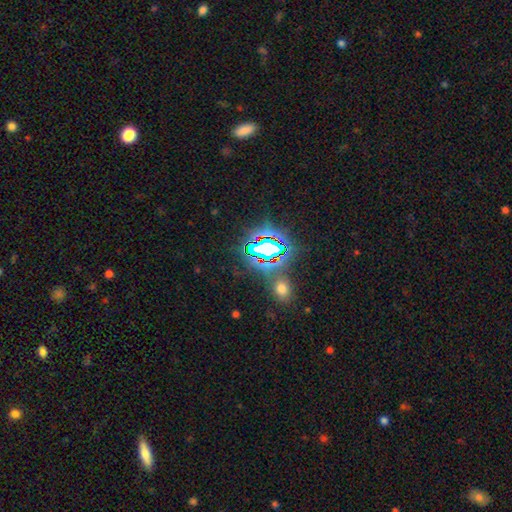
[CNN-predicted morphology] Smooth or featured: star or artifact — 75% (smooth — 15%)